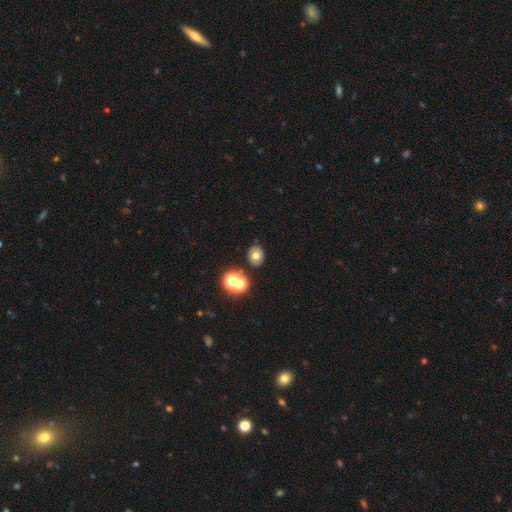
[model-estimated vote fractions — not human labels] Morphology: type=smooth (66%); roundness=round (54%); merging=none (79%).